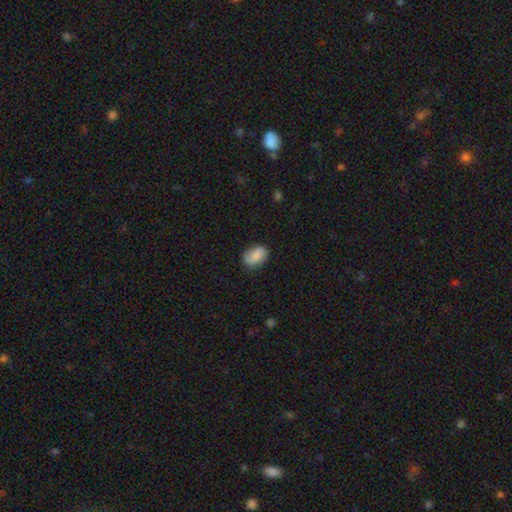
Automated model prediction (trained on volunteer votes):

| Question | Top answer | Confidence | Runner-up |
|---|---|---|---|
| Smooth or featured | smooth | 84% | featured or disk (9%) |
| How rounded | in between | 88% | round (10%) |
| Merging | none | 75% | minor disturbance (19%) |